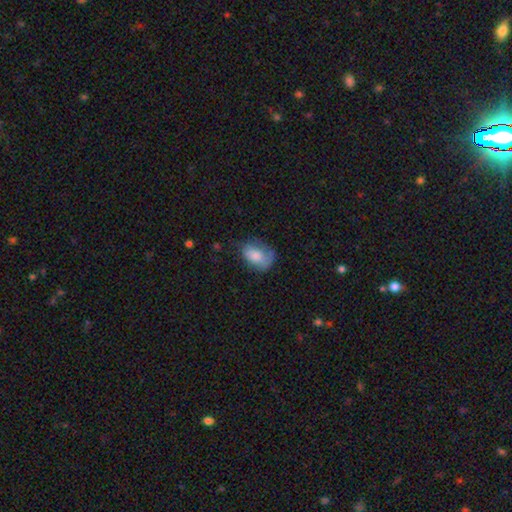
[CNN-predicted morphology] Q: Smooth or featured?
A: smooth (74%); runner-up: featured or disk (18%)
Q: How rounded?
A: in between (85%); runner-up: round (14%)
Q: Merging?
A: none (46%); runner-up: minor disturbance (33%)